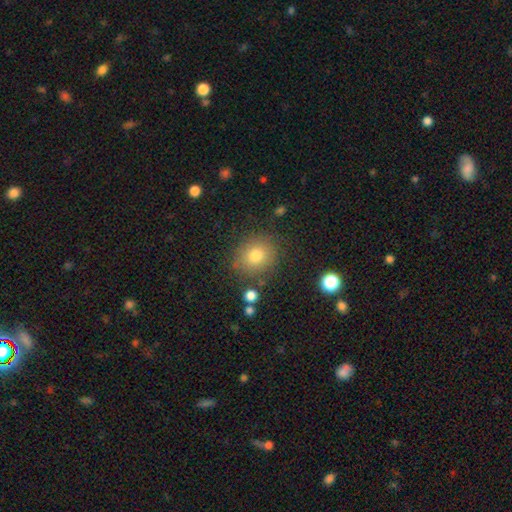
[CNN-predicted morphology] smooth 77%, star or artifact 13%, featured or disk 11%. Down the decision tree: how rounded — round (79%); merging — none (82%).